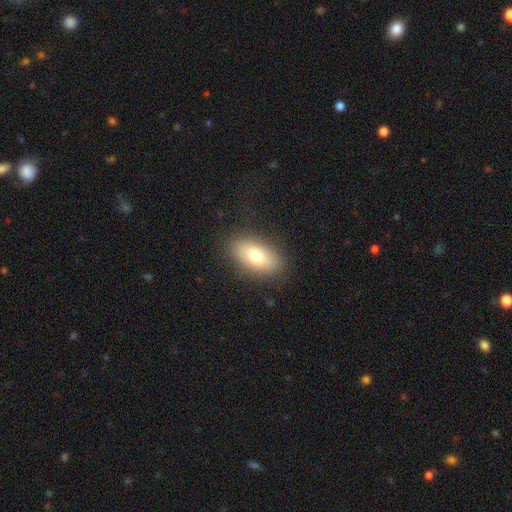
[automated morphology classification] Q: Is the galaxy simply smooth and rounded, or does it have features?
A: smooth — 75%.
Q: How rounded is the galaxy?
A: in between — 90%.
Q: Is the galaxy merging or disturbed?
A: none — 85%.